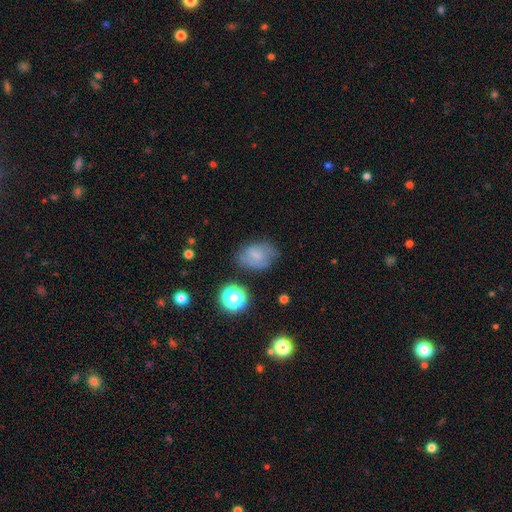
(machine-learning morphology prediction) smooth 59%, featured or disk 28%, star or artifact 13%. Down the decision tree: how rounded — in between (73%); merging — none (63%).